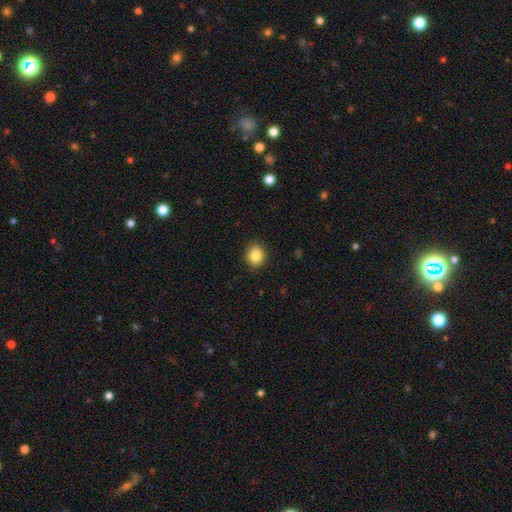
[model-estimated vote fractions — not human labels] Smooth or featured?
  - smooth: 85% *
  - star or artifact: 10%
  - featured or disk: 5%
How rounded?
  - round: 77% *
  - in between: 22%
  - cigar-shaped: 1%
Merging?
  - none: 89% *
  - minor disturbance: 8%
  - major disturbance: 2%
  - merger: 1%